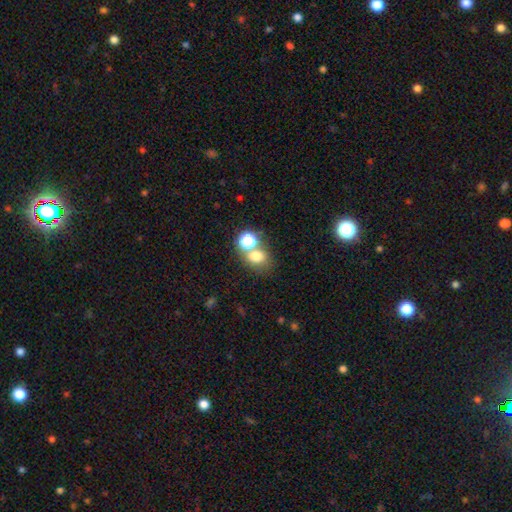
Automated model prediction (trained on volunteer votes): Overall: smooth (70%). How rounded: round (65%; in between 34%). Merging: none (52%; merger 36%).